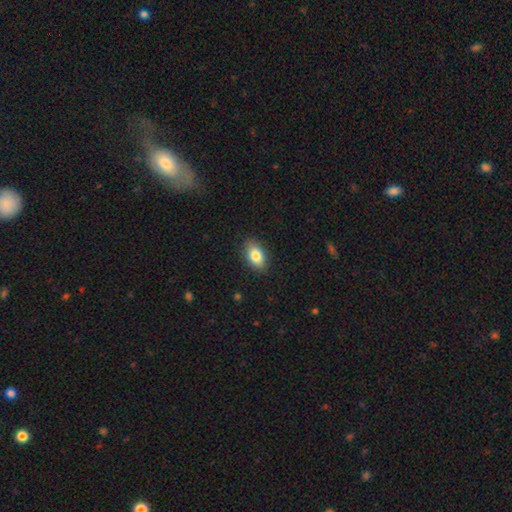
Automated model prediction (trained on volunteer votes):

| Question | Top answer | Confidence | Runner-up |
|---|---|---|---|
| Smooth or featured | smooth | 83% | featured or disk (10%) |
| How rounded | in between | 89% | round (9%) |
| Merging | none | 87% | minor disturbance (10%) |